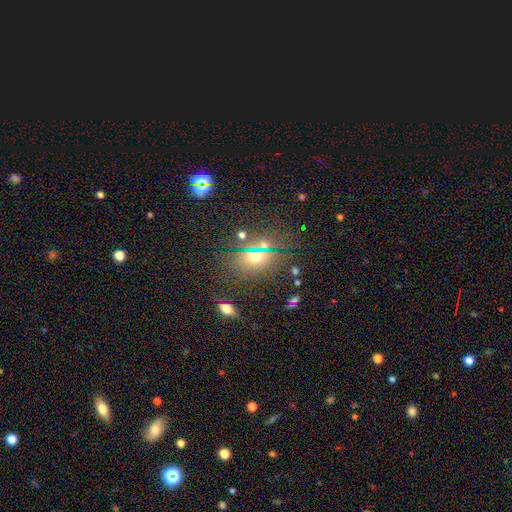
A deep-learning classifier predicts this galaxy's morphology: smooth-or-featured: smooth: 51% | star or artifact: 35% | featured or disk: 14%
  how-rounded: in between: 57% | round: 39% | cigar-shaped: 4%
  merging: none: 76% | minor disturbance: 11% | merger: 7% | major disturbance: 6%